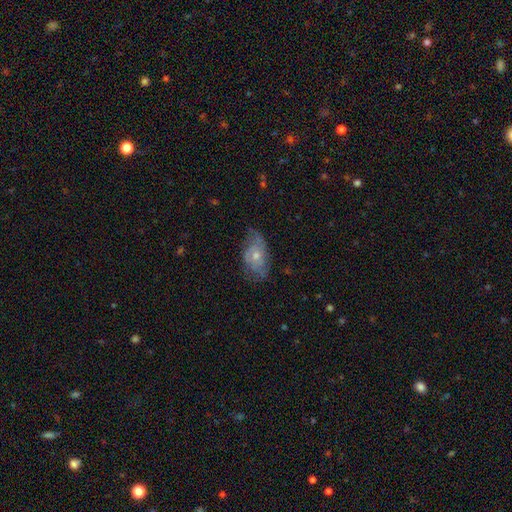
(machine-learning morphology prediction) smooth_or_featured: featured or disk (p=0.61) [alt: smooth p=0.32]
disk_edge_on: no (p=0.93) [alt: yes p=0.07]
bar: no (p=0.79) [alt: weak p=0.18]
has_spiral_arms: yes (p=0.77) [alt: no p=0.23]
bulge_size: moderate (p=0.53) [alt: small p=0.42]
merging: none (p=0.56) [alt: minor disturbance p=0.29]